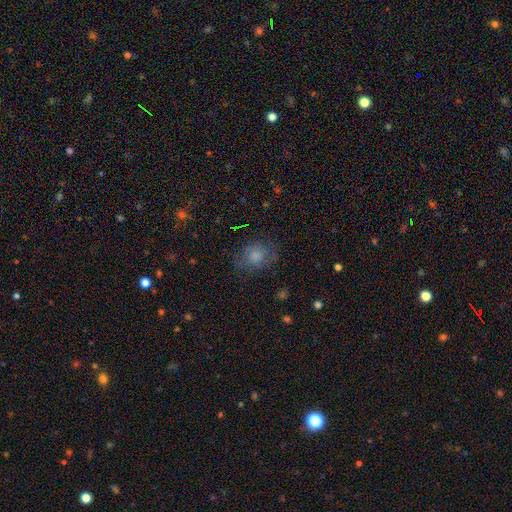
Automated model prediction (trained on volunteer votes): Smooth or featured? Predicted: smooth (p=0.77). How rounded? Predicted: round (p=0.62). Merging? Predicted: none (p=0.71).